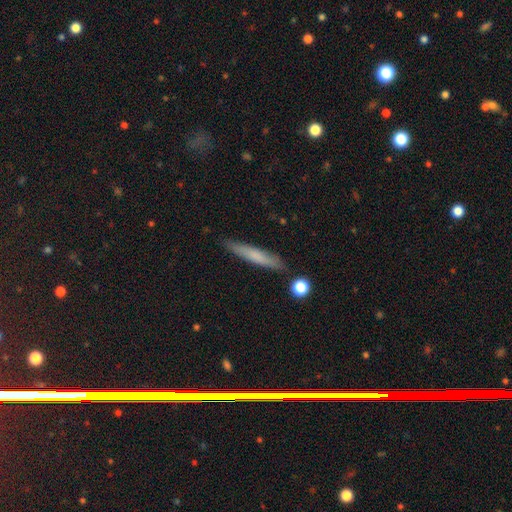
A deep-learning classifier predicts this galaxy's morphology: Smooth or featured?
  - smooth: 68% *
  - featured or disk: 25%
  - star or artifact: 7%
How rounded?
  - cigar-shaped: 92% *
  - in between: 6%
  - round: 1%
Merging?
  - none: 85% *
  - minor disturbance: 10%
  - merger: 2%
  - major disturbance: 2%